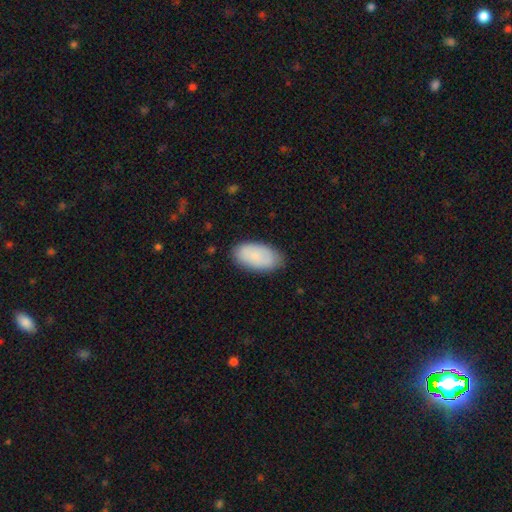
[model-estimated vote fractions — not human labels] A smooth galaxy with no disk features (82%) that is in between round and cigar-shaped (95%).

Vote fractions:
- Smooth or featured? smooth: 82% / featured or disk: 12% / star or artifact: 6%
- How rounded? in between: 95% / round: 3% / cigar-shaped: 2%
- Merging? none: 81% / minor disturbance: 15% / major disturbance: 3% / merger: 1%